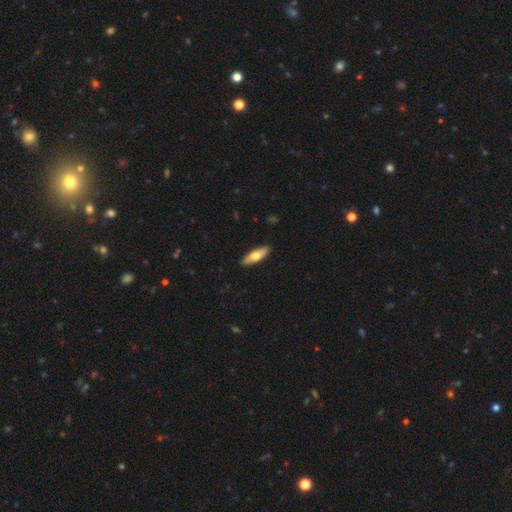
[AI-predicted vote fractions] A smooth galaxy with no disk features (66%) that is in between round and cigar-shaped (49%, tied with cigar-shaped). Merging: none (90%).